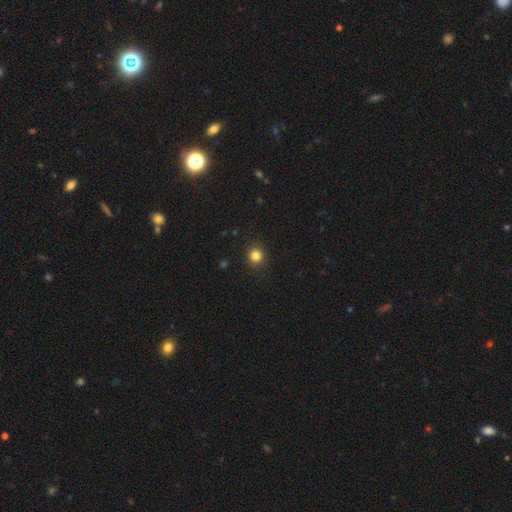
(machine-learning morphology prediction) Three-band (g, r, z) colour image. It shows a smooth galaxy with no disk features (83%) that is round (93%). Merging: none (92%).